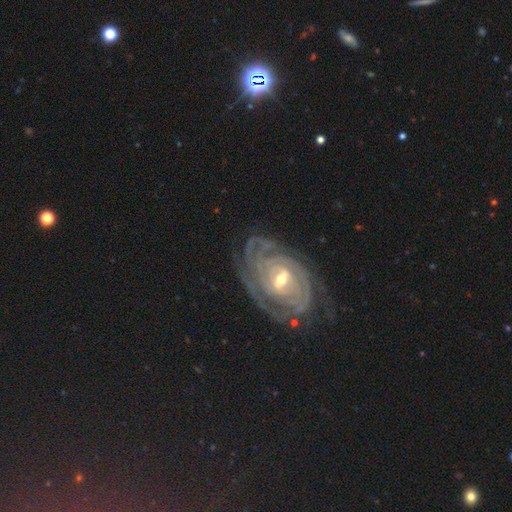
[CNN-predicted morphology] This appears to be a featured or disk galaxy (87%) with a weak bar (45%), tight (80%) spiral arms (96%) and a moderate central bulge (54%). Merging: none (75%).